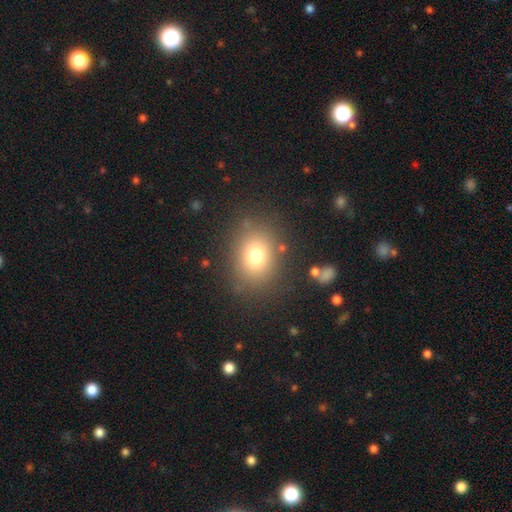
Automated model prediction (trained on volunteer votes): smooth-or-featured: smooth: 74% | star or artifact: 15% | featured or disk: 11%
  how-rounded: round: 53% | in between: 46% | cigar-shaped: 1%
  merging: none: 82% | minor disturbance: 10% | major disturbance: 5% | merger: 3%